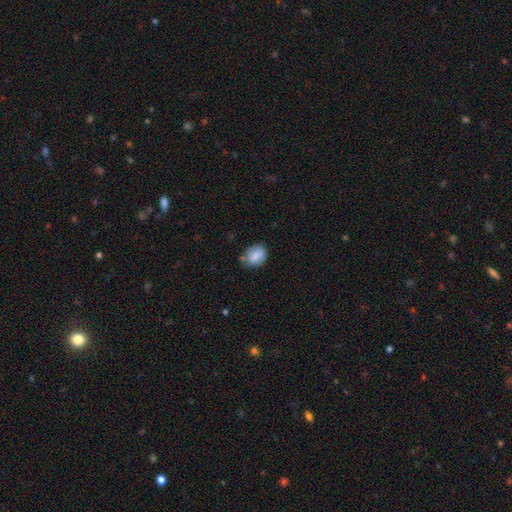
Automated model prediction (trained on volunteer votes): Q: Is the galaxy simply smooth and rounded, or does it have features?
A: smooth — 78%.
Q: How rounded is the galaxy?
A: in between — 50%.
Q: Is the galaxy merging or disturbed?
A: none — 65%.